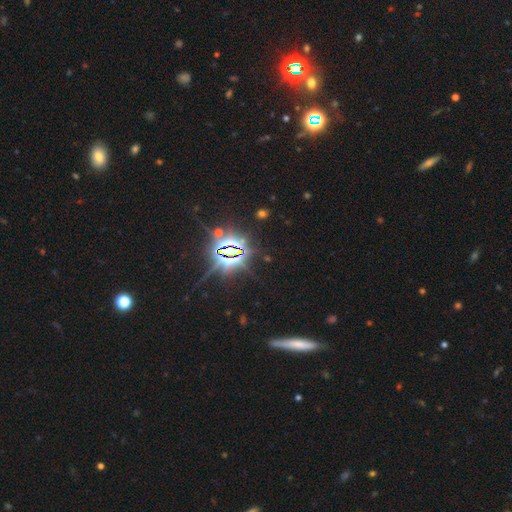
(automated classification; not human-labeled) Smooth or featured: star or artifact — 79% (smooth — 11%)